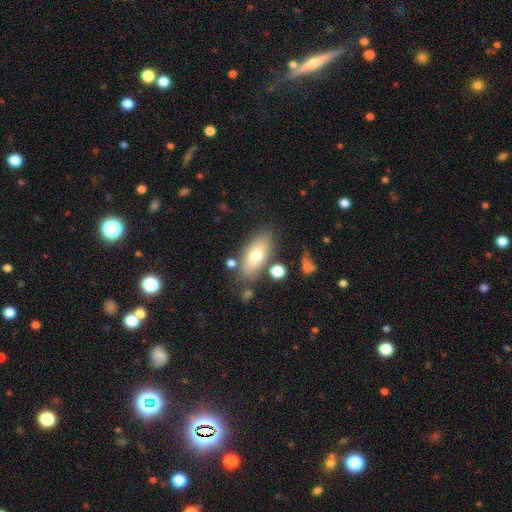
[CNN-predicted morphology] smooth_or_featured: smooth (p=0.67) [alt: featured or disk p=0.25]
how_rounded: in between (p=0.83) [alt: cigar-shaped p=0.12]
merging: none (p=0.75) [alt: minor disturbance p=0.14]